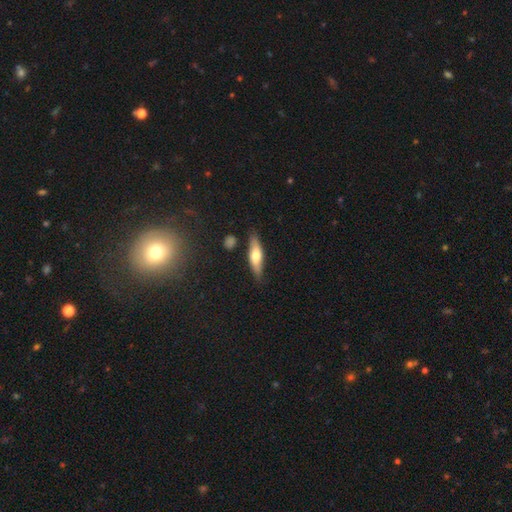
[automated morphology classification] Smooth or featured? Predicted: smooth (p=0.57). How rounded? Predicted: cigar-shaped (p=0.58). Merging? Predicted: none (p=0.81).